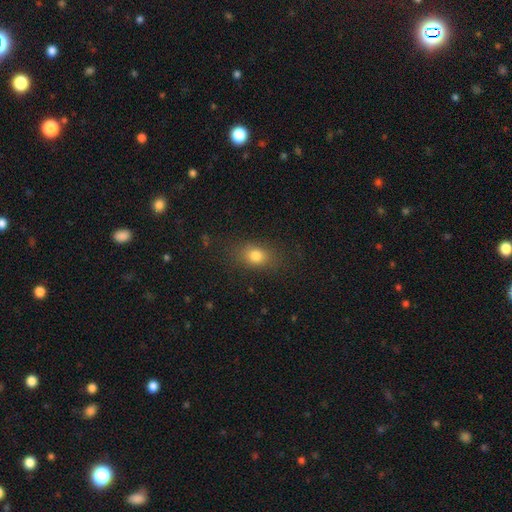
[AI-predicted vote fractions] Q: Smooth or featured?
A: smooth (79%); runner-up: star or artifact (12%)
Q: How rounded?
A: in between (65%); runner-up: round (32%)
Q: Merging?
A: none (81%); runner-up: minor disturbance (13%)